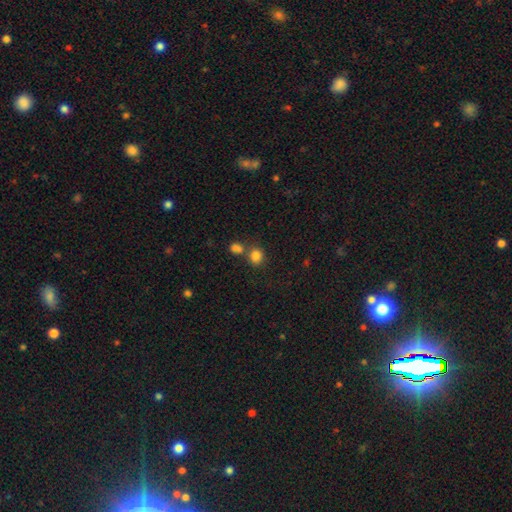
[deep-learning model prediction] The model was most divided on "merging": none: 59%, merger: 27%, minor disturbance: 10%, major disturbance: 4%. More confident: smooth or featured — smooth (83%); how rounded — round (69%).